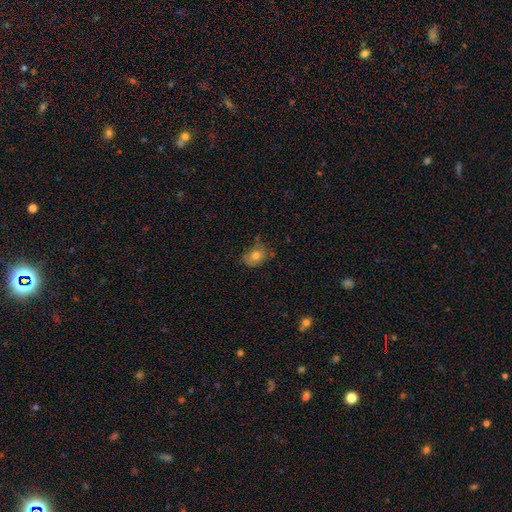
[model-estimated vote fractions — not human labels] Overall: smooth (76%). How rounded: in between (66%; round 33%). Merging: none (60%; minor disturbance 29%).